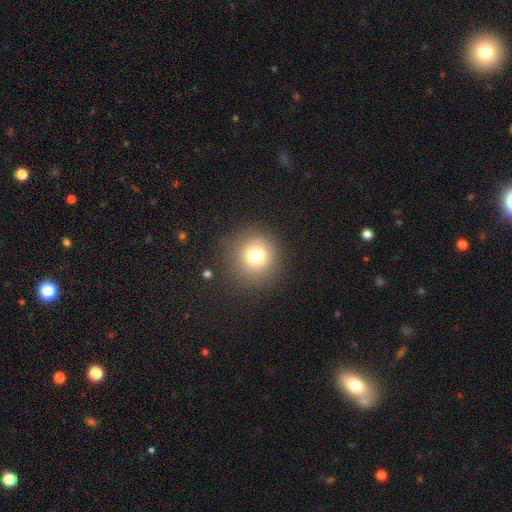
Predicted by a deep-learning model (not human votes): Smooth or featured? smooth (75%)
How rounded? round (94%)
Merging? none (86%)